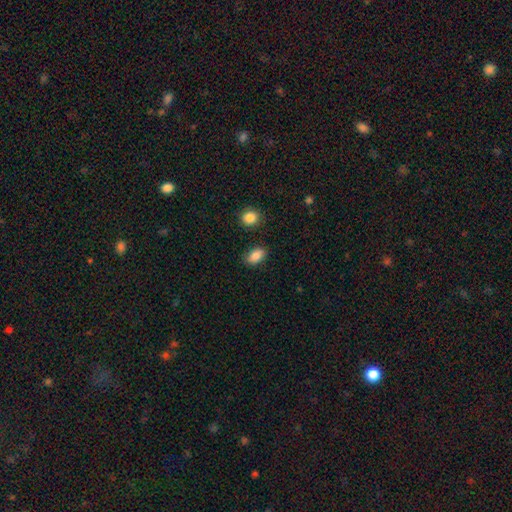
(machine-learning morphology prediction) Smooth or featured?
  - smooth: 87% *
  - star or artifact: 8%
  - featured or disk: 6%
How rounded?
  - in between: 90% *
  - round: 8%
  - cigar-shaped: 2%
Merging?
  - none: 85% *
  - minor disturbance: 10%
  - merger: 3%
  - major disturbance: 2%